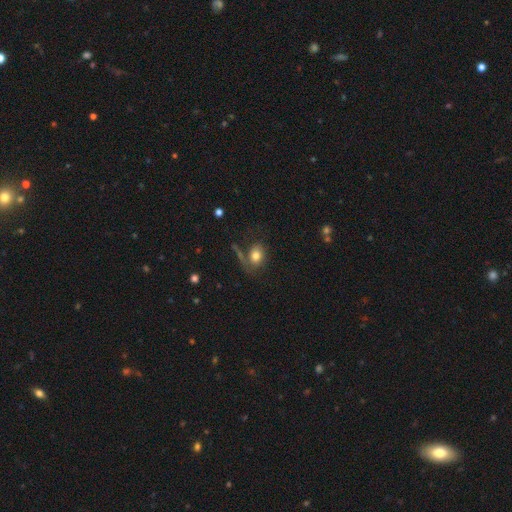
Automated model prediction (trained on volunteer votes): smooth 76%, featured or disk 15%, star or artifact 9%. Down the decision tree: how rounded — in between (64%); merging — none (59%).